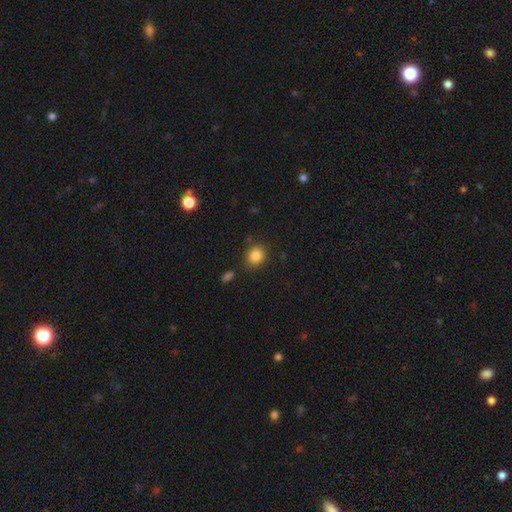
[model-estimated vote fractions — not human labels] Overall: smooth (85%). How rounded: round (59%; in between 40%). Merging: none (80%).